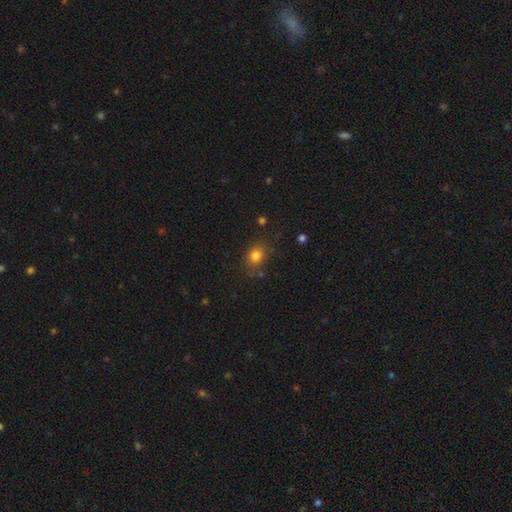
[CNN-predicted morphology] This is clearly a smooth galaxy (81%). How rounded: possibly round (58%). Merging: likely none (75%).